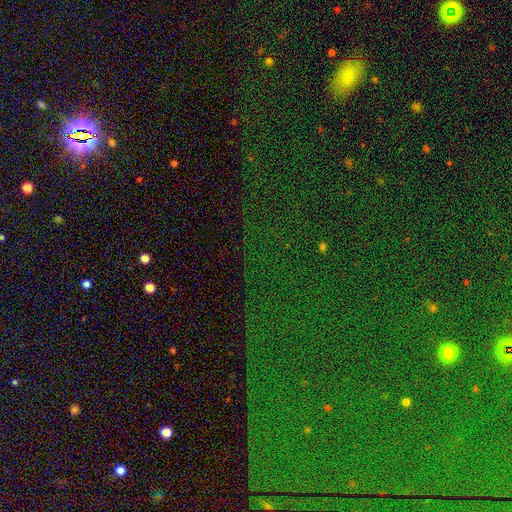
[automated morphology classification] type=star or artifact (81%).